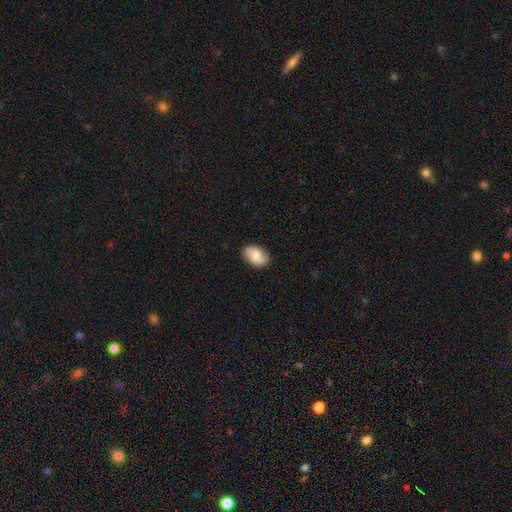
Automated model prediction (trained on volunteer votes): Q: Smooth or featured?
A: smooth (72%); runner-up: featured or disk (20%)
Q: How rounded?
A: in between (86%); runner-up: round (13%)
Q: Merging?
A: none (84%); runner-up: minor disturbance (12%)